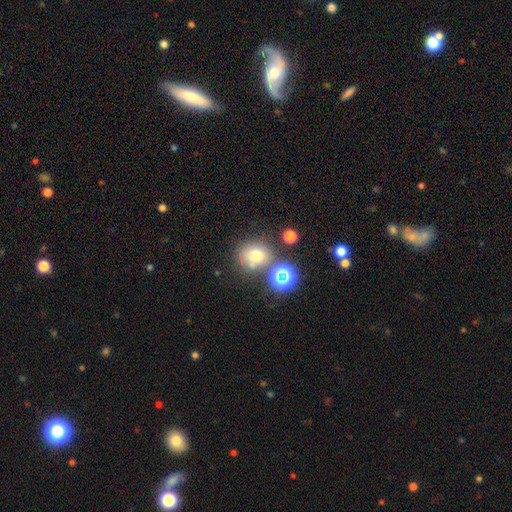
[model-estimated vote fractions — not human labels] Morphology: type=smooth (67%); roundness=round (78%); merging=none (64%).